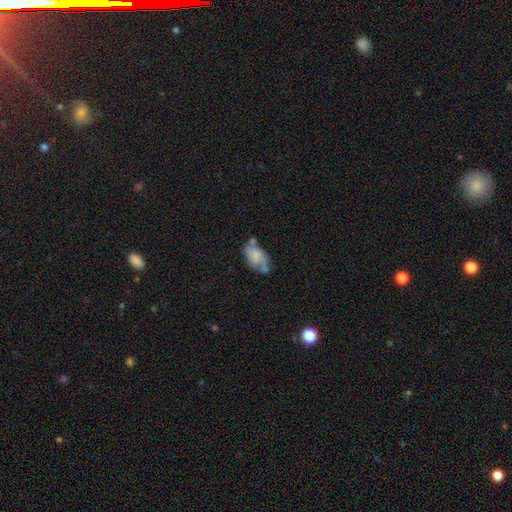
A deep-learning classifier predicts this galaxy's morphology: Smooth or featured? Predicted: smooth (p=0.60). How rounded? Predicted: in between (p=0.91). Merging? Predicted: none (p=0.38).